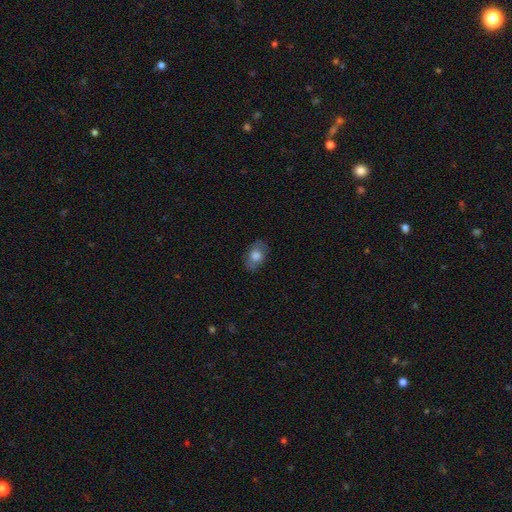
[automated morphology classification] smooth-or-featured: smooth: 73% | featured or disk: 19% | star or artifact: 8%
  how-rounded: in between: 79% | round: 19% | cigar-shaped: 2%
  merging: none: 79% | minor disturbance: 15% | major disturbance: 5% | merger: 1%